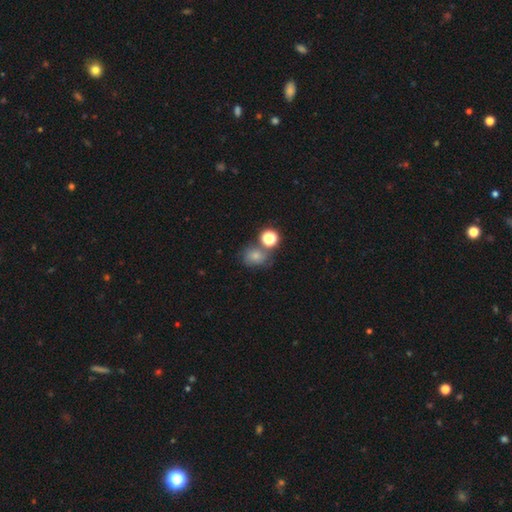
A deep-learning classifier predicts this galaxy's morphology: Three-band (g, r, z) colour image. It shows a smooth galaxy with no disk features (68%) that is round (61%). Merging: none (50%).